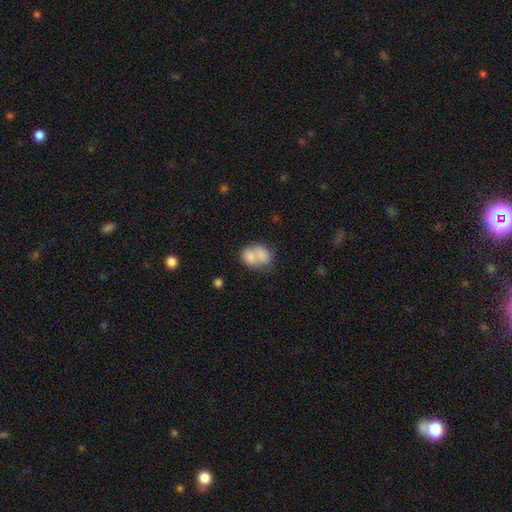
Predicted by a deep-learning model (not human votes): This is likely a smooth galaxy (74%). How rounded: likely in between (64%). Merging: likely merger (67%).